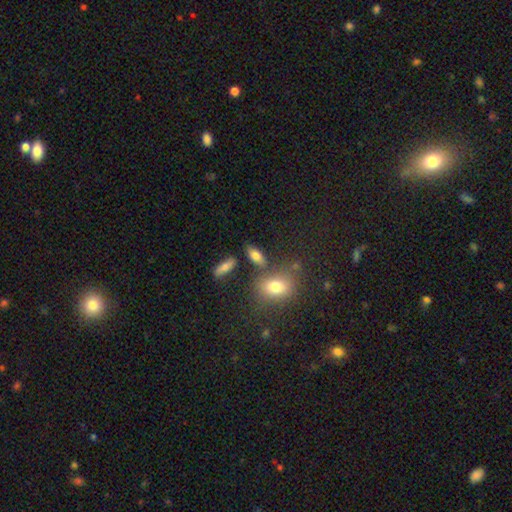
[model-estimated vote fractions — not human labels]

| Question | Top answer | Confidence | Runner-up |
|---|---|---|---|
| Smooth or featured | smooth | 75% | featured or disk (14%) |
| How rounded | in between | 79% | cigar-shaped (13%) |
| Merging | none | 71% | minor disturbance (13%) |